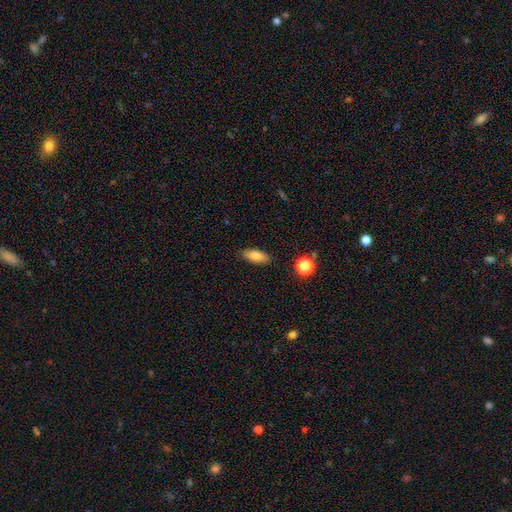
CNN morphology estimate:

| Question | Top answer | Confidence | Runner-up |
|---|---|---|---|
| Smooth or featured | smooth | 81% | featured or disk (11%) |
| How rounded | in between | 80% | cigar-shaped (16%) |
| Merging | none | 87% | minor disturbance (9%) |